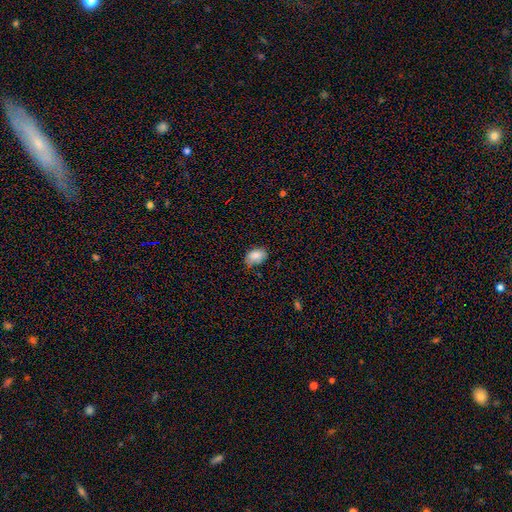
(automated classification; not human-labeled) Morphology: type=smooth (85%); roundness=in between (90%); merging=none (67%).